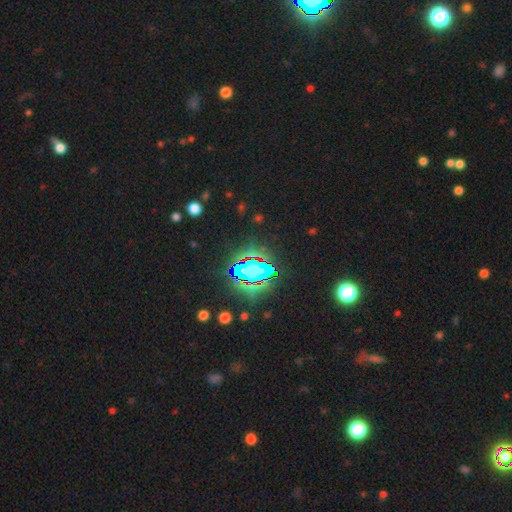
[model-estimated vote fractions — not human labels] smooth-or-featured: star or artifact: 84% | smooth: 9% | featured or disk: 7%